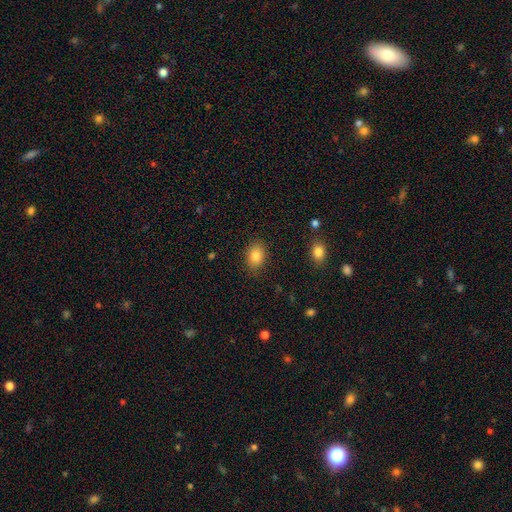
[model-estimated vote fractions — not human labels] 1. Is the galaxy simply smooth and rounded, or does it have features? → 84% smooth, 9% star or artifact, 7% featured or disk.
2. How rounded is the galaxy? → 73% in between, 26% round, 1% cigar-shaped.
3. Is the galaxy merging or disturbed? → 86% none, 10% minor disturbance, 3% major disturbance, 1% merger.